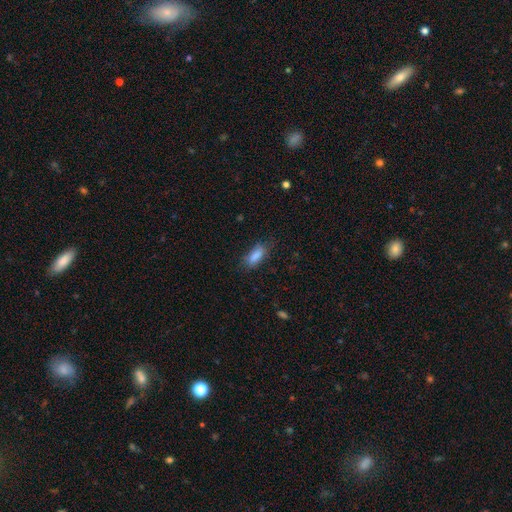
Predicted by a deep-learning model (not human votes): smooth-or-featured: smooth: 84% | star or artifact: 8% | featured or disk: 8%
  how-rounded: in between: 77% | cigar-shaped: 21% | round: 3%
  merging: none: 70% | minor disturbance: 21% | major disturbance: 7% | merger: 2%